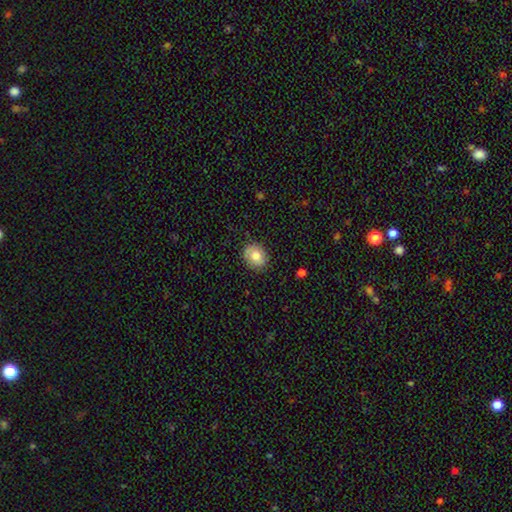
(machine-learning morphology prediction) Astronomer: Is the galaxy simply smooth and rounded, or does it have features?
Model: smooth — 77%.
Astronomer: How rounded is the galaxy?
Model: round — 59% (runner-up: in between, 40%).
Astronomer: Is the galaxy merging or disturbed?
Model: none — 84%.